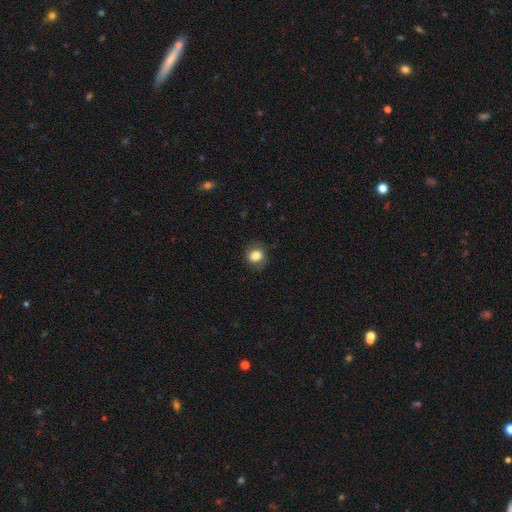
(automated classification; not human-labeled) Morphology: type=smooth (83%); roundness=round (74%); merging=none (82%).